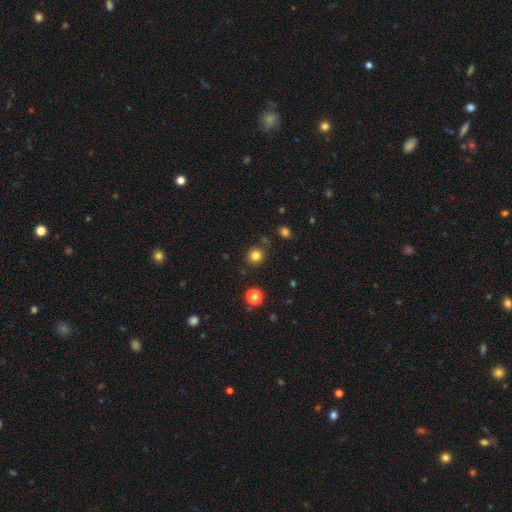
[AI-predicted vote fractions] Smooth or featured: smooth — 82% (star or artifact — 13%)
How rounded: round — 90% (in between — 9%)
Merging: none — 85% (minor disturbance — 8%)